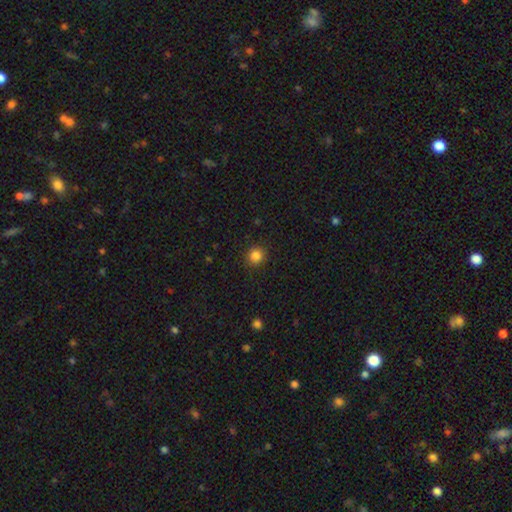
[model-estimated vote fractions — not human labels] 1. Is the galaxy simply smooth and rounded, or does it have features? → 85% smooth, 11% star or artifact, 4% featured or disk.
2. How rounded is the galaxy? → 92% round, 7% in between, 1% cigar-shaped.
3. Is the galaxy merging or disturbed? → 90% none, 7% minor disturbance, 2% major disturbance, 1% merger.